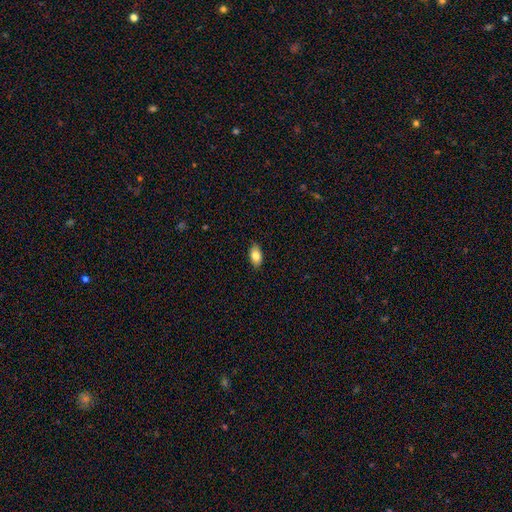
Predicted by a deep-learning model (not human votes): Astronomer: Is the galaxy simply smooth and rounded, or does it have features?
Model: smooth — 81%.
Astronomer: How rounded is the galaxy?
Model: in between — 91%.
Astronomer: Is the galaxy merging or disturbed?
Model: none — 87%.